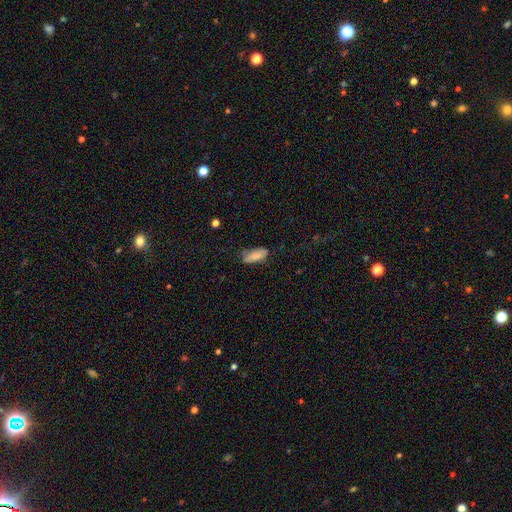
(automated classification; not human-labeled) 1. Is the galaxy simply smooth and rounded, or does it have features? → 79% smooth, 13% featured or disk, 7% star or artifact.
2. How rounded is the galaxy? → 79% in between, 19% cigar-shaped, 2% round.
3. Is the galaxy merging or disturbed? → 61% none, 29% minor disturbance, 7% major disturbance, 3% merger.